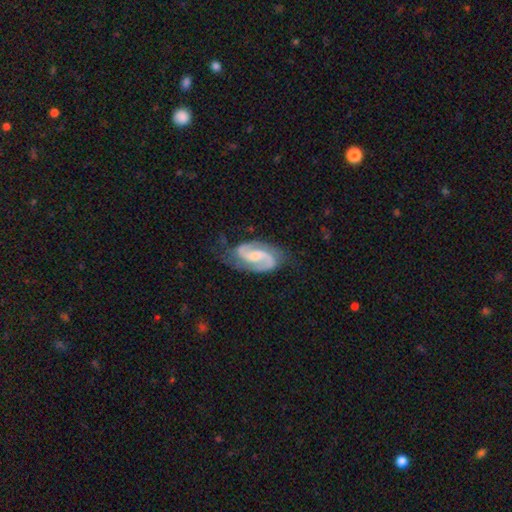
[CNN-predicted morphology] Smooth or featured?
  - featured or disk: 90% *
  - smooth: 5%
  - star or artifact: 4%
Edge-on disk?
  - no: 98% *
  - yes: 2%
Bar?
  - weak: 48% *
  - no: 31%
  - strong: 21%
Spiral arms?
  - yes: 98% *
  - no: 2%
Spiral winding?
  - medium: 56% *
  - tight: 25%
  - loose: 19%
Spiral arm count?
  - 2: 93% *
  - can't tell: 2%
  - 1: 2%
  - 3: 1%
  - 4: 1%
  - more than 4: 1%
Bulge size?
  - small: 37% *
  - moderate: 34%
  - none: 22%
  - large: 5%
  - dominant: 1%
Merging?
  - none: 73% *
  - minor disturbance: 19%
  - major disturbance: 6%
  - merger: 2%